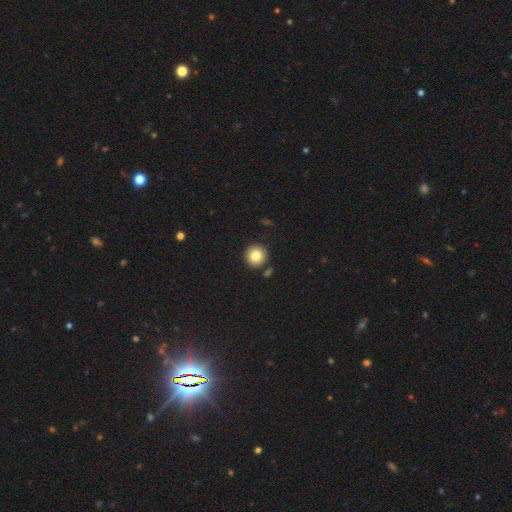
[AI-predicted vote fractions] This is clearly a smooth galaxy (82%). How rounded: clearly round (95%). Merging: clearly none (87%).